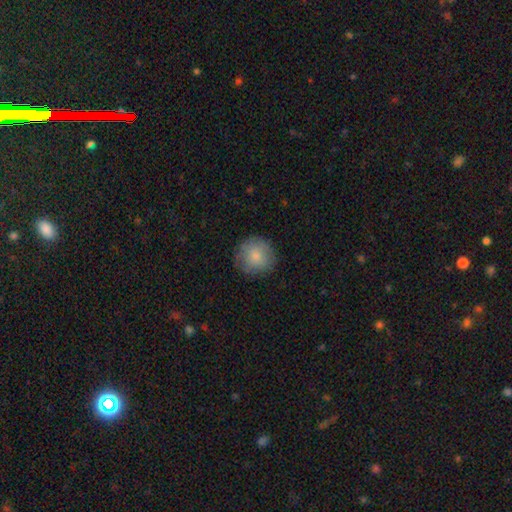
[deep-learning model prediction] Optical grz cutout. It shows a smooth galaxy with no disk features (83%) that is round (93%). Merging: none (83%).